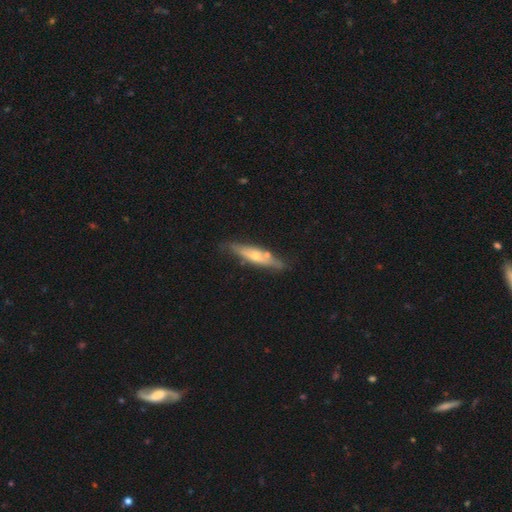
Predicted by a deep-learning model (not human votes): Smooth or featured? featured or disk (61%)
Edge-on disk? yes (82%)
Edge-on bulge? rounded (82%)
Merging? none (74%)